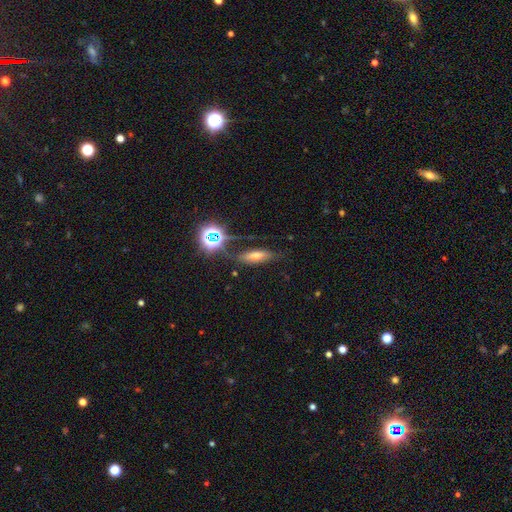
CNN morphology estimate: A smooth galaxy with no disk features (38%).

Vote fractions:
- Smooth or featured? smooth: 38% / featured or disk: 33% / star or artifact: 29%
- Merging? none: 68% / minor disturbance: 17% / major disturbance: 9% / merger: 6%